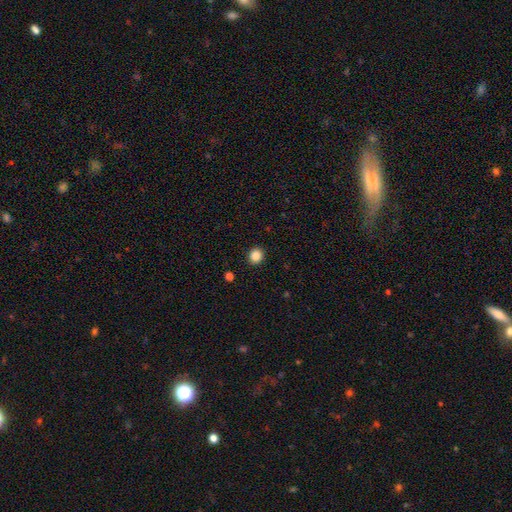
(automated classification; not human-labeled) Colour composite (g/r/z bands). It shows a smooth galaxy with no disk features (87%) that is round (81%). Merging: none (92%).